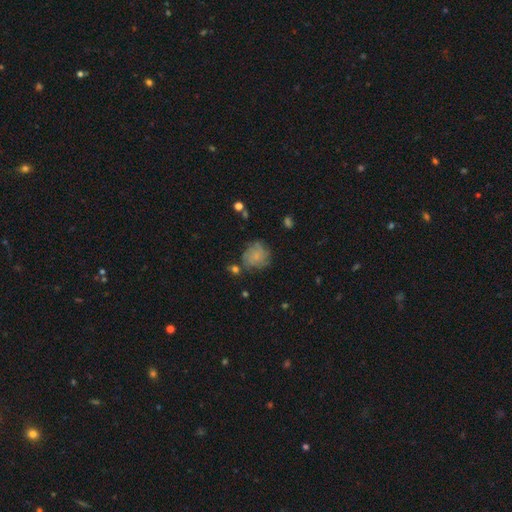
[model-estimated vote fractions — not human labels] Overall: smooth (50%; featured or disk 39%). How rounded: round (75%). Merging: none (62%; minor disturbance 22%).